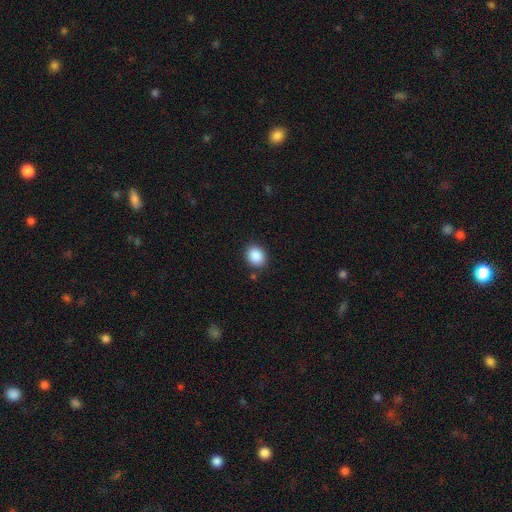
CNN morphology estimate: Smooth or featured?
  - smooth: 88% *
  - star or artifact: 8%
  - featured or disk: 4%
How rounded?
  - round: 55% *
  - in between: 44%
  - cigar-shaped: 1%
Merging?
  - none: 87% *
  - minor disturbance: 9%
  - major disturbance: 2%
  - merger: 2%